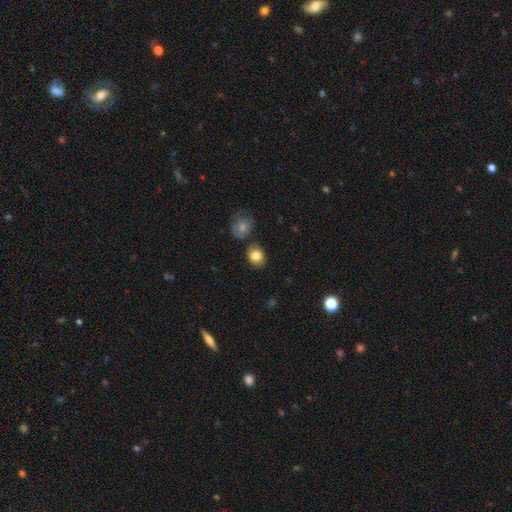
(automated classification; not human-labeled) Smooth or featured: smooth — 83% (star or artifact — 9%)
How rounded: in between — 52% (round — 47%)
Merging: none — 77% (minor disturbance — 12%)